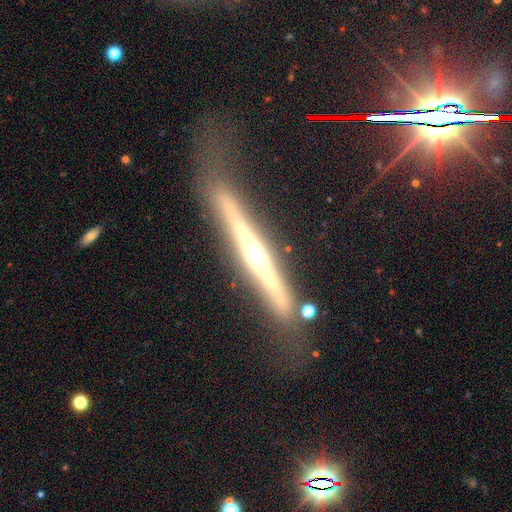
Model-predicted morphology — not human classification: Q: Smooth or featured?
A: featured or disk (80%); runner-up: smooth (14%)
Q: Edge-on disk?
A: yes (95%); runner-up: no (5%)
Q: Edge-on bulge?
A: rounded (68%); runner-up: none (21%)
Q: Merging?
A: none (65%); runner-up: minor disturbance (22%)